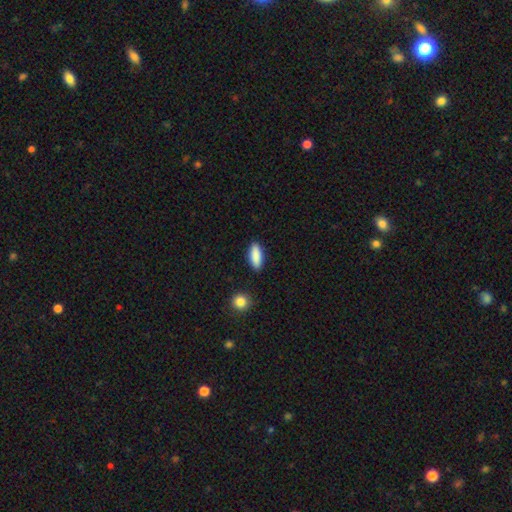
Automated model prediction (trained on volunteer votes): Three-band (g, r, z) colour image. It shows a smooth galaxy with no disk features (89%) that is in between round and cigar-shaped (71%). Merging: none (88%).